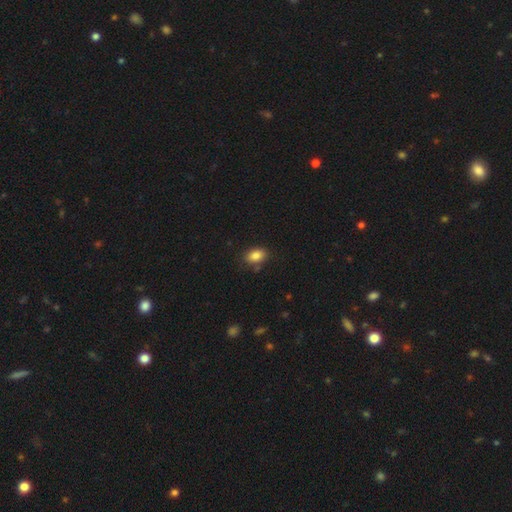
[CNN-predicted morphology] This appears to be a smooth galaxy with no disk features (85%) that is in between round and cigar-shaped (85%). Merging: none (81%).